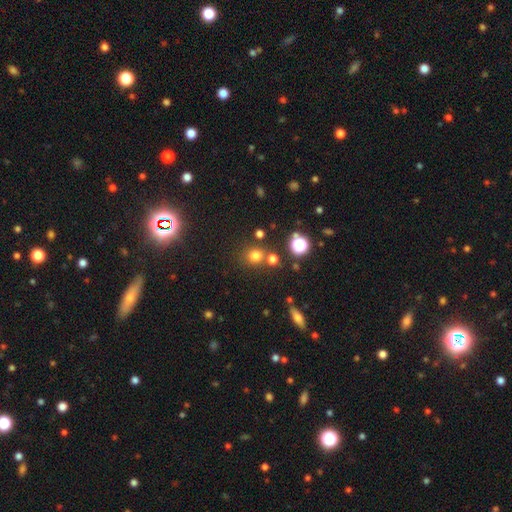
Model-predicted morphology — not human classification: Smooth or featured: smooth — 71% (star or artifact — 22%)
How rounded: round — 83% (in between — 16%)
Merging: none — 74% (merger — 13%)